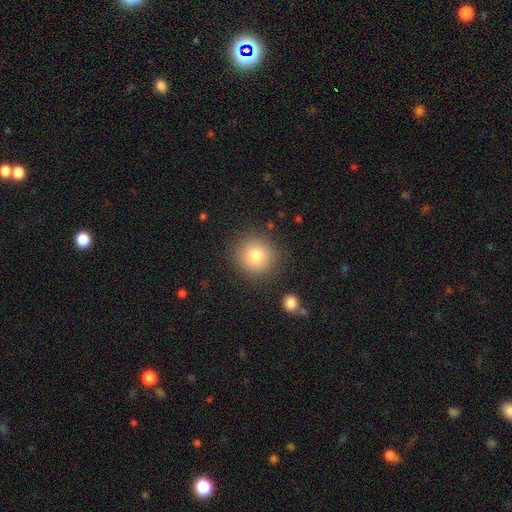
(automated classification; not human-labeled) This is clearly a smooth galaxy (80%). How rounded: clearly round (93%). Merging: clearly none (88%).